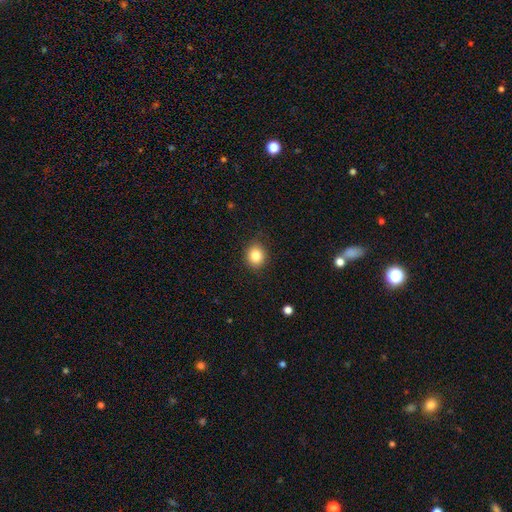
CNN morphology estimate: Overall: smooth (83%). How rounded: round (77%). Merging: none (87%).